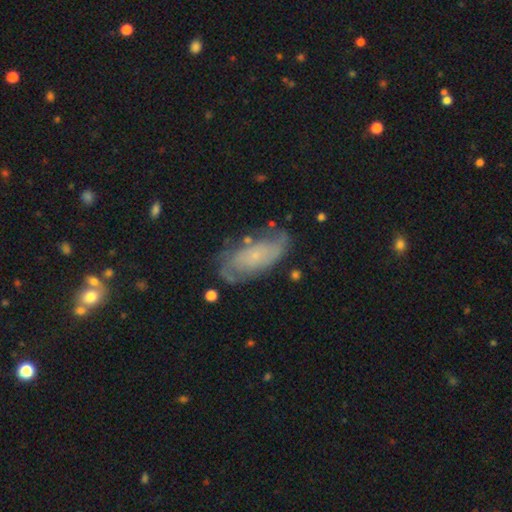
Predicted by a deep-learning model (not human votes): Overall: featured or disk (61%; smooth 30%). Edge-on disk: no (91%). Bar: no (76%). Spiral arms: yes (81%). Bulge size: small (78%). Merging: none (64%).